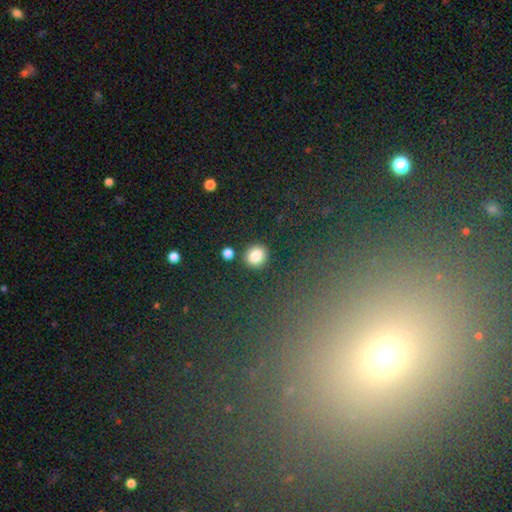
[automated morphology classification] This is clearly a smooth galaxy (84%). How rounded: clearly round (81%). Merging: clearly none (85%).